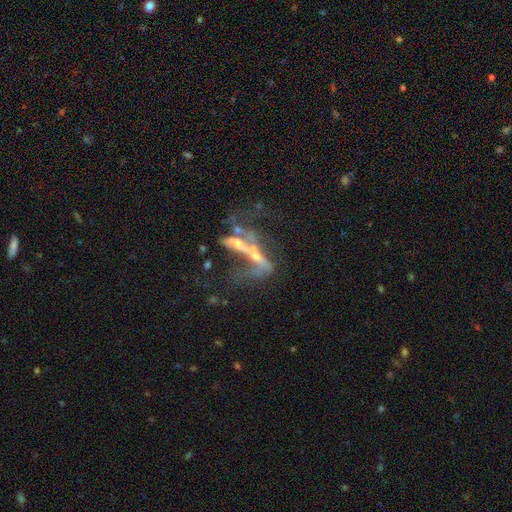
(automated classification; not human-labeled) Smooth or featured: featured or disk — 61% (smooth — 25%)
Edge-on disk: no — 76% (yes — 24%)
Merging: merger — 60% (major disturbance — 21%)